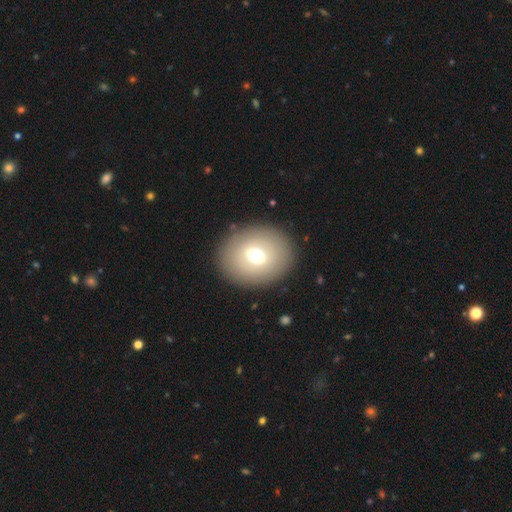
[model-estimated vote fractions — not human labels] Overall: smooth (66%). How rounded: round (54%; in between 45%). Merging: none (89%).